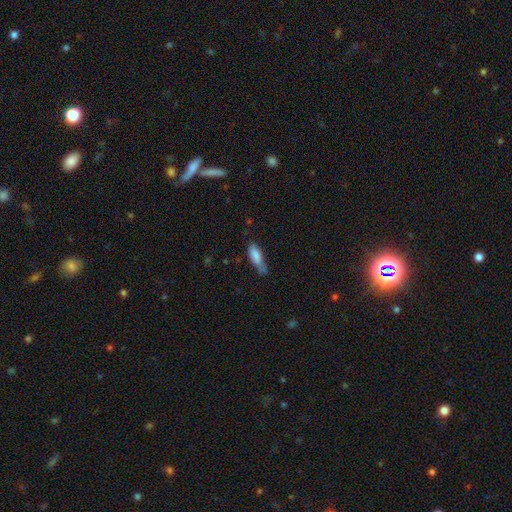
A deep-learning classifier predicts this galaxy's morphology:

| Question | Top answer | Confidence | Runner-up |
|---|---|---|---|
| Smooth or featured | smooth | 81% | featured or disk (12%) |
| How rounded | in between | 58% | cigar-shaped (40%) |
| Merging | minor disturbance | 40% | tied: none (40%) |